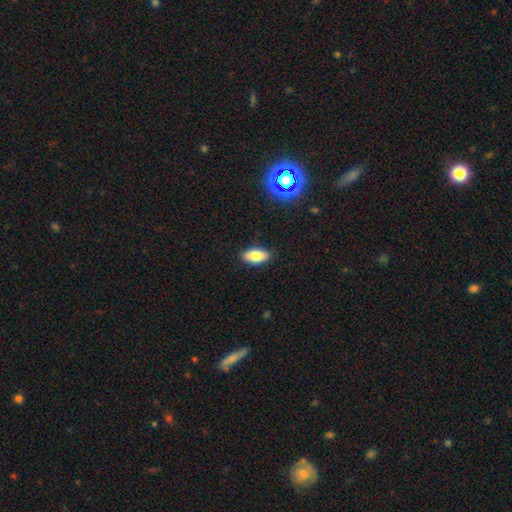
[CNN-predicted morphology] smooth 81%, featured or disk 10%, star or artifact 9%. Down the decision tree: how rounded — in between (91%); merging — none (88%).